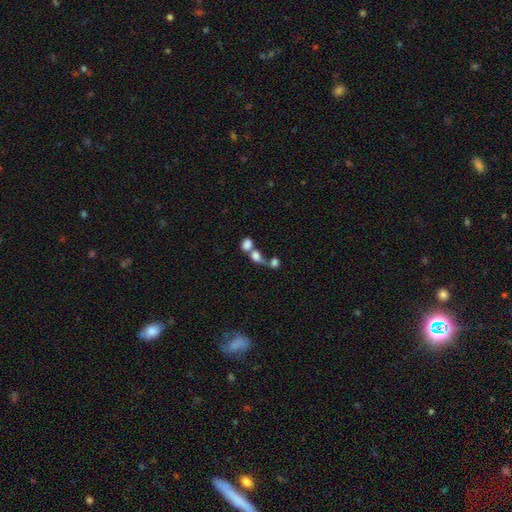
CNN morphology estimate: Smooth or featured: smooth — 74% (featured or disk — 15%)
How rounded: in between — 61% (round — 36%)
Merging: merger — 66% (none — 19%)